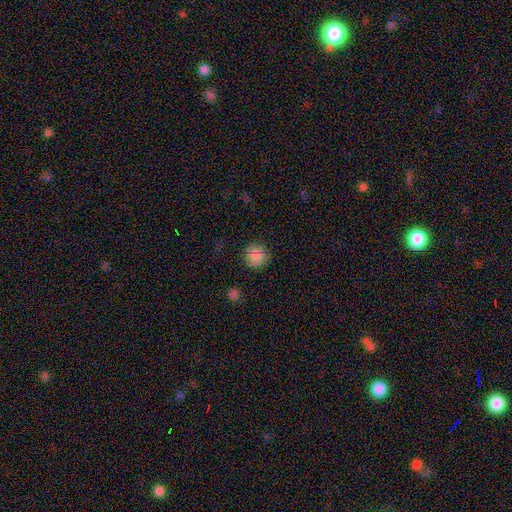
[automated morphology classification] smooth-or-featured: smooth: 84% | star or artifact: 9% | featured or disk: 6%
  how-rounded: round: 94% | in between: 5% | cigar-shaped: 1%
  merging: none: 89% | minor disturbance: 8% | major disturbance: 2% | merger: 1%